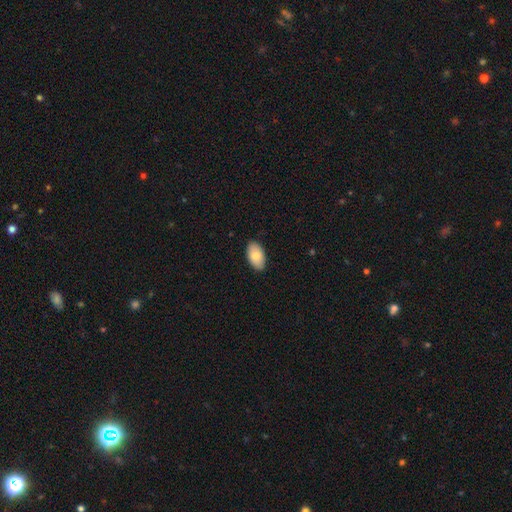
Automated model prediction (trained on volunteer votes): smooth_or_featured: smooth (p=0.79) [alt: featured or disk p=0.15]
how_rounded: in between (p=0.94) [alt: round p=0.04]
merging: none (p=0.87) [alt: minor disturbance p=0.10]